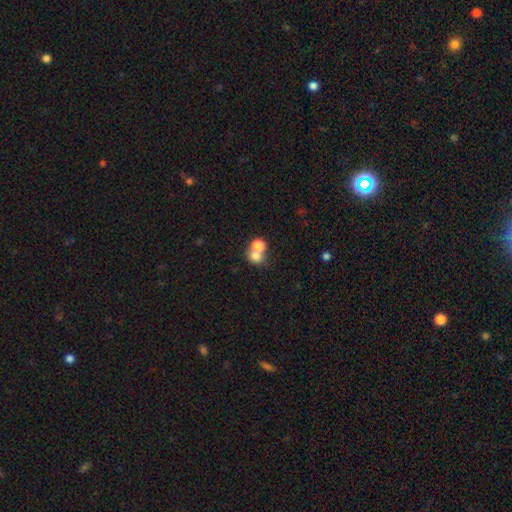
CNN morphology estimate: smooth_or_featured: smooth (p=0.75) [alt: featured or disk p=0.13]
how_rounded: round (p=0.59) [alt: in between p=0.40]
merging: merger (p=0.56) [alt: none p=0.33]